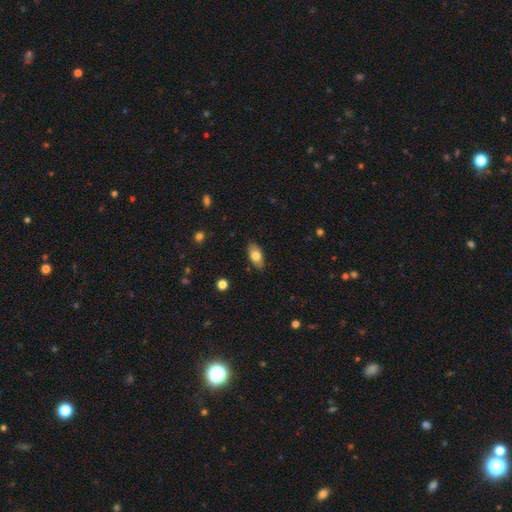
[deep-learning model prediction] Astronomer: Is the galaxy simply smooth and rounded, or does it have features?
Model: smooth — 76%.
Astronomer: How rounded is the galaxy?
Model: in between — 89%.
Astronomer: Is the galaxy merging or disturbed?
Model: none — 85%.